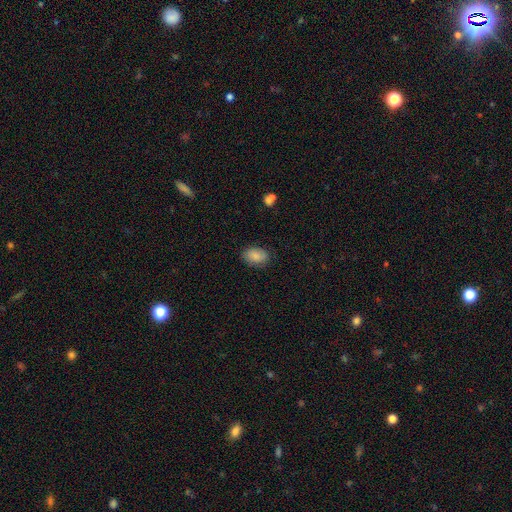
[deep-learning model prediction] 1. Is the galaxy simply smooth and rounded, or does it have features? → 84% smooth, 9% featured or disk, 7% star or artifact.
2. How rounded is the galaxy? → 83% in between, 16% round, 1% cigar-shaped.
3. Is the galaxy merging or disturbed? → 81% none, 14% minor disturbance, 3% major disturbance, 1% merger.